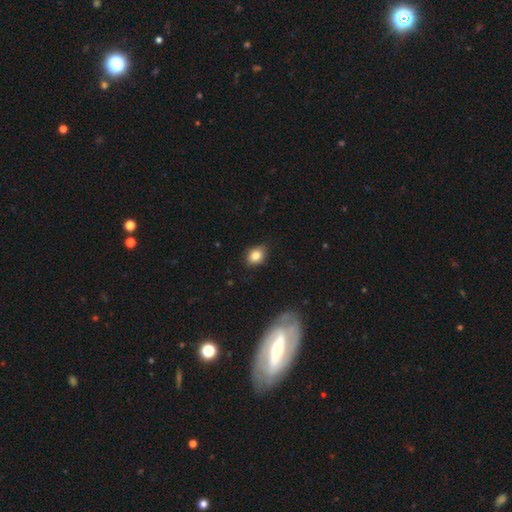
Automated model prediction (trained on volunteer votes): smooth_or_featured: smooth (p=0.83) [alt: star or artifact p=0.09]
how_rounded: in between (p=0.63) [alt: round p=0.36]
merging: none (p=0.83) [alt: minor disturbance p=0.14]